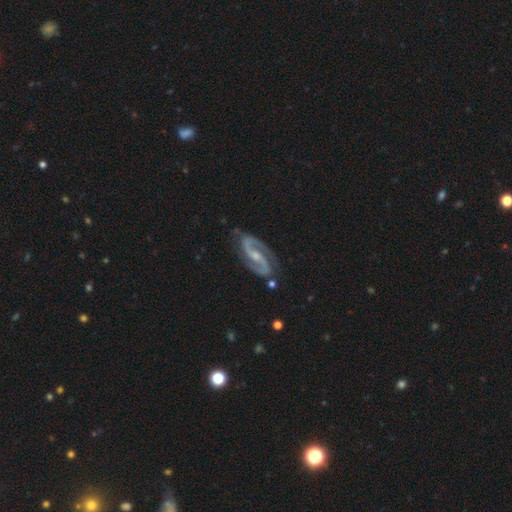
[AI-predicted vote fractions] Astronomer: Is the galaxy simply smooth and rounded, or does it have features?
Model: featured or disk — 93%.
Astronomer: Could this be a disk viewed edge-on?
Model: no — 97%.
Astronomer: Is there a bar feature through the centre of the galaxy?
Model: weak — 39% (runner-up: strong, 31%).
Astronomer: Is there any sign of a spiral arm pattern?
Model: yes — 98%.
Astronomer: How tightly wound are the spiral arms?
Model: medium — 59%.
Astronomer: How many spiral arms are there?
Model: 2 — 94%.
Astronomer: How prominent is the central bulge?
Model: small — 56% (runner-up: moderate, 37%).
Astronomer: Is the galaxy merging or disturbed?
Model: none — 80%.